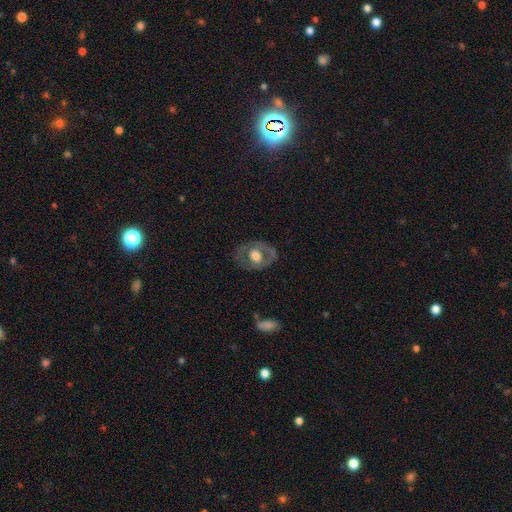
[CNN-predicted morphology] smooth-or-featured: featured or disk: 54% | smooth: 40% | star or artifact: 6%
  disk-edge-on: no: 93% | yes: 7%
    bar: no: 83% | weak: 14% | strong: 4%
    has-spiral-arms: no: 82% | yes: 18%
    bulge-size: large: 51% | moderate: 37% | dominant: 5% | small: 4% | none: 2%
  merging: none: 72% | minor disturbance: 17% | major disturbance: 9% | merger: 2%